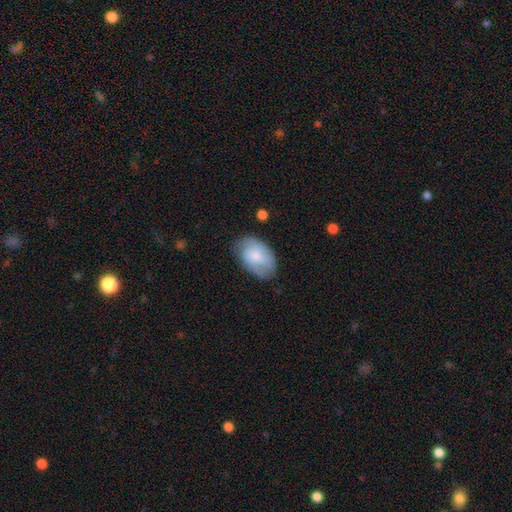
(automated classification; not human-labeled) Smooth or featured?
  - smooth: 63% *
  - featured or disk: 30%
  - star or artifact: 7%
How rounded?
  - in between: 89% *
  - round: 9%
  - cigar-shaped: 1%
Merging?
  - none: 71% *
  - minor disturbance: 22%
  - major disturbance: 6%
  - merger: 2%